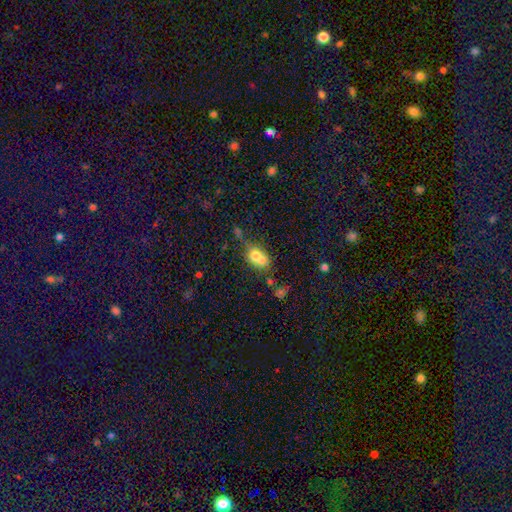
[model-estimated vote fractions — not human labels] Q: Smooth or featured?
A: smooth (68%); runner-up: featured or disk (20%)
Q: How rounded?
A: in between (52%); runner-up: round (45%)
Q: Merging?
A: merger (53%); runner-up: none (27%)